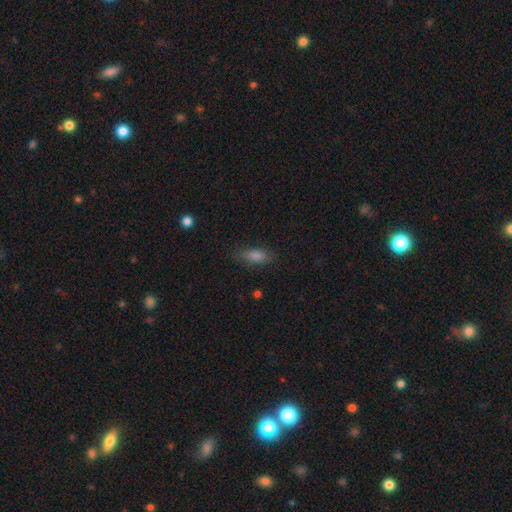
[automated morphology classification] smooth 79%, star or artifact 11%, featured or disk 10%. Down the decision tree: how rounded — in between (76%); merging — none (82%).